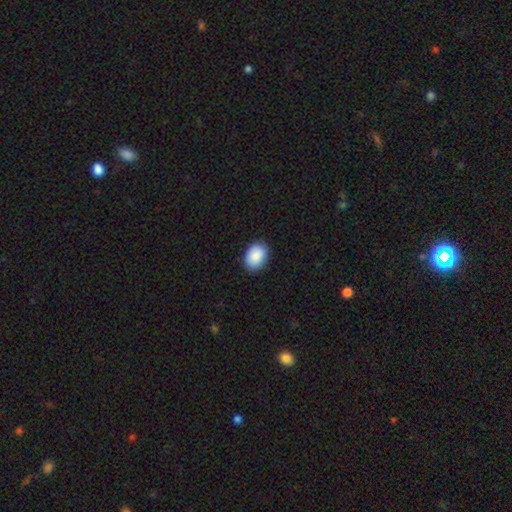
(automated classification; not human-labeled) Overall: smooth (89%). How rounded: in between (79%). Merging: none (87%).